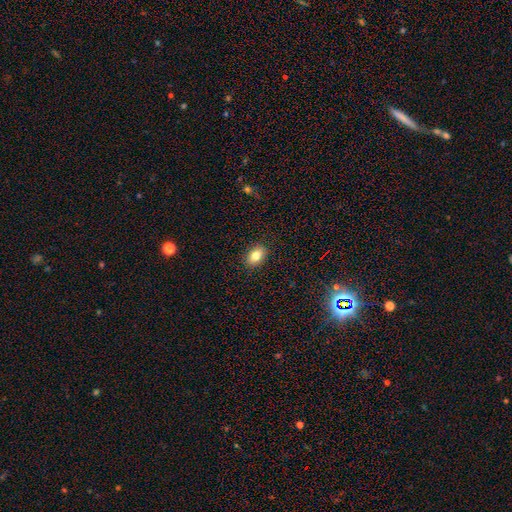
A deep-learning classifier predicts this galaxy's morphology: This is clearly a smooth galaxy (82%). How rounded: clearly in between (83%). Merging: clearly none (90%).